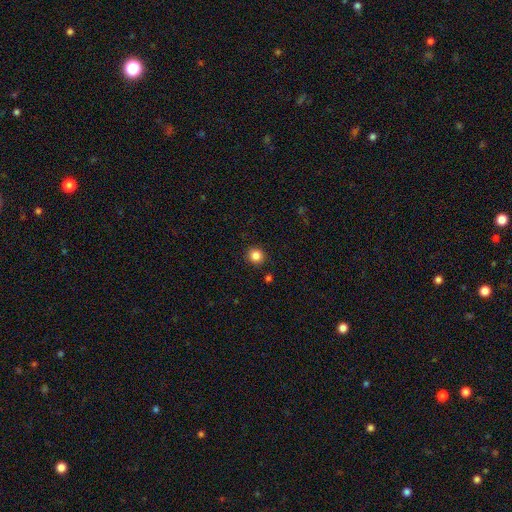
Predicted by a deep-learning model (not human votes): This appears to be a smooth galaxy with no disk features (84%) that is round (93%). Merging: none (91%).